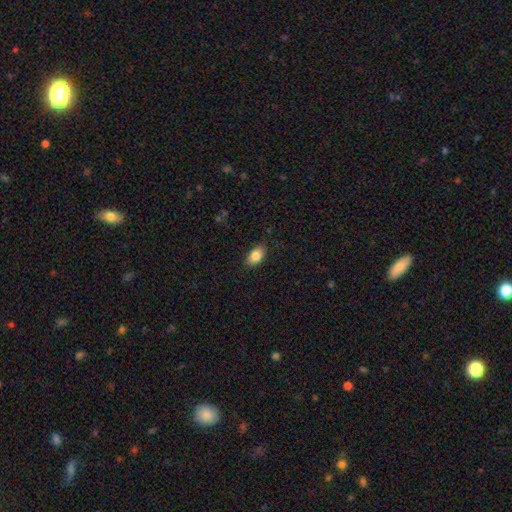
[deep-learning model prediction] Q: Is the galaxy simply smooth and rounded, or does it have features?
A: smooth — 84%.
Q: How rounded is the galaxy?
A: in between — 90%.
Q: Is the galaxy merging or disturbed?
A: none — 84%.